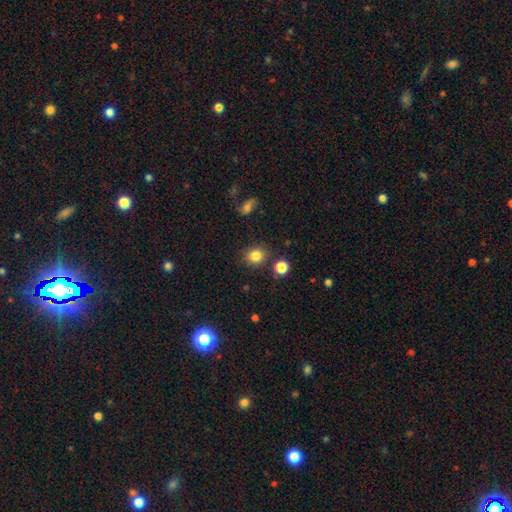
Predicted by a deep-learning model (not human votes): smooth-or-featured: smooth: 83% | star or artifact: 11% | featured or disk: 6%
  how-rounded: round: 72% | in between: 27% | cigar-shaped: 1%
  merging: none: 81% | minor disturbance: 11% | merger: 5% | major disturbance: 3%